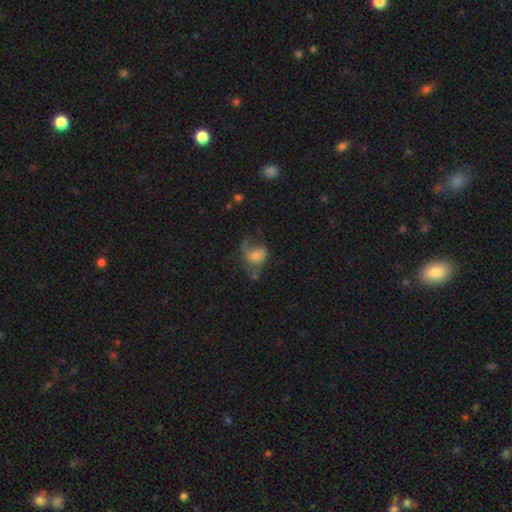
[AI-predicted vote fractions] A featured or disk galaxy (45%, tied with smooth).

Vote fractions:
- Smooth or featured? featured or disk: 45% (tied) / smooth: 45% (tied) / star or artifact: 10%
- Merging? major disturbance: 44% / none: 27% / minor disturbance: 23% / merger: 5%